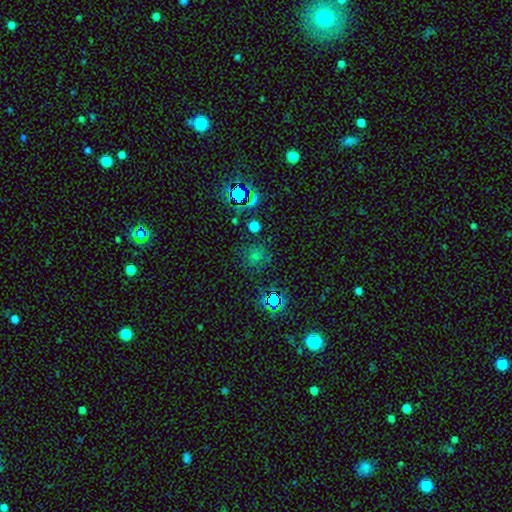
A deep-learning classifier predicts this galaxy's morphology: smooth-or-featured: smooth: 56% | star or artifact: 37% | featured or disk: 7%
  how-rounded: round: 84% | in between: 14% | cigar-shaped: 1%
  merging: none: 76% | minor disturbance: 14% | major disturbance: 6% | merger: 4%